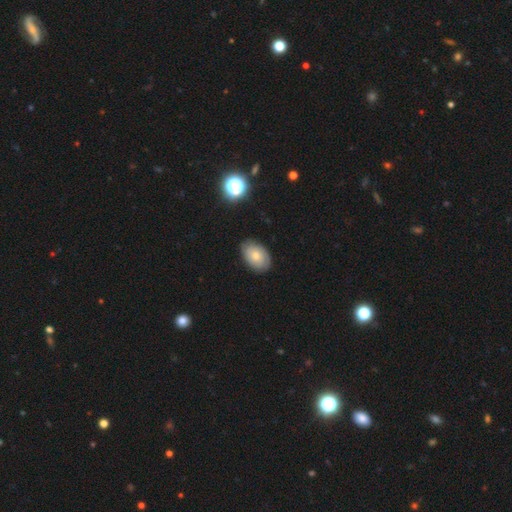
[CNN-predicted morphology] This is likely a smooth galaxy (62%). How rounded: clearly in between (86%). Merging: clearly none (83%).